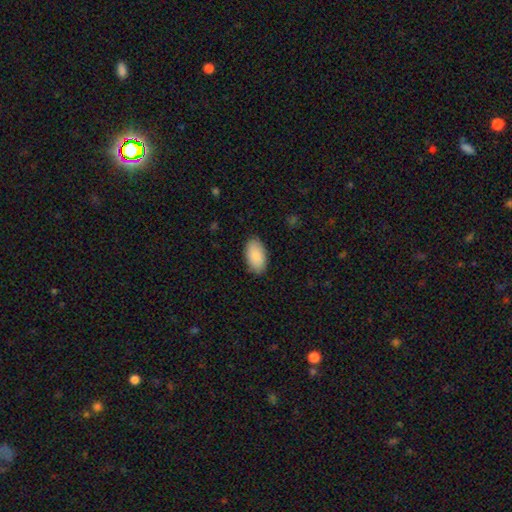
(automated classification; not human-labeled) smooth_or_featured: smooth (p=0.86) [alt: featured or disk p=0.08]
how_rounded: in between (p=0.95) [alt: round p=0.03]
merging: none (p=0.86) [alt: minor disturbance p=0.11]